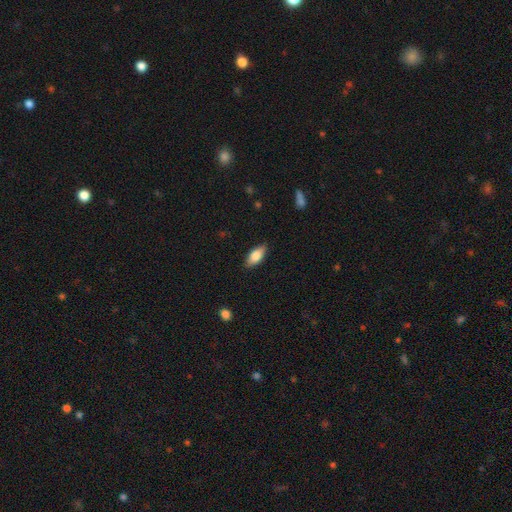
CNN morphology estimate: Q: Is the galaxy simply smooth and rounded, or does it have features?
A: smooth — 77%.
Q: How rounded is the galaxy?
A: in between — 84%.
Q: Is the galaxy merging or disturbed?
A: none — 85%.